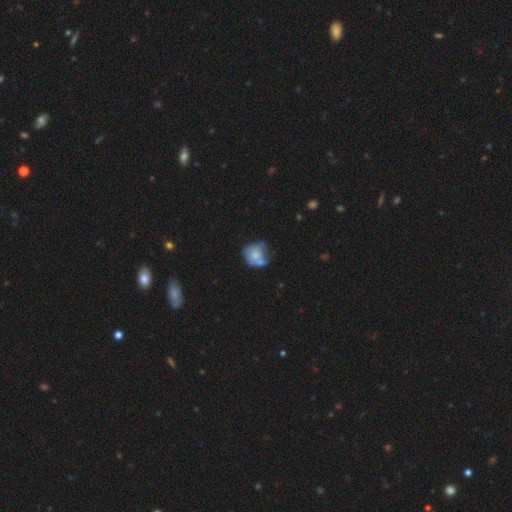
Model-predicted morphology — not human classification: smooth-or-featured: smooth: 63% | featured or disk: 28% | star or artifact: 9%
  how-rounded: round: 73% | in between: 26% | cigar-shaped: 1%
  merging: none: 36% | minor disturbance: 25% | merger: 24% | major disturbance: 14%